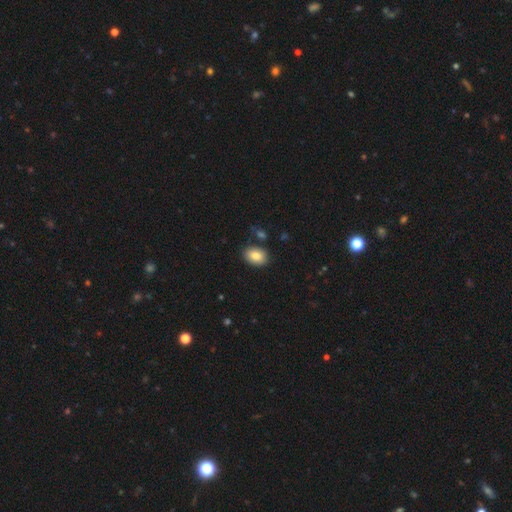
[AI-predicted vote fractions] smooth 84%, star or artifact 8%, featured or disk 8%. Down the decision tree: how rounded — in between (76%); merging — none (82%).